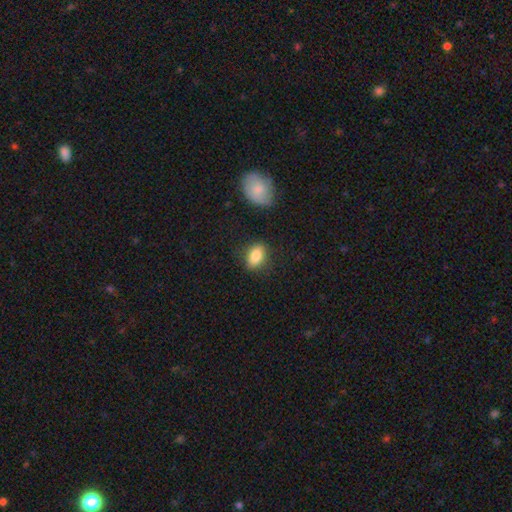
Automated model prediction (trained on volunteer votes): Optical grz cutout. It shows a smooth galaxy with no disk features (84%) that is in between round and cigar-shaped (81%). Merging: none (83%).